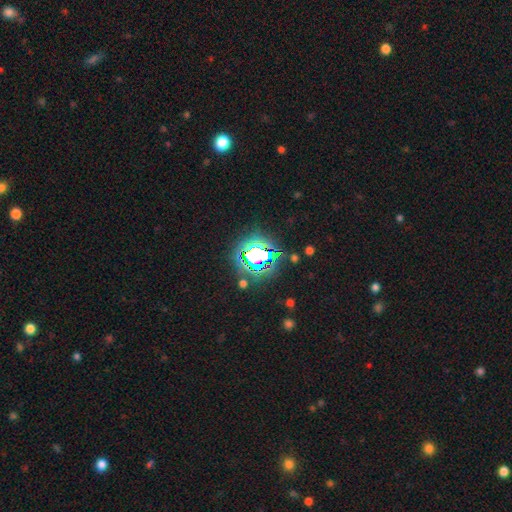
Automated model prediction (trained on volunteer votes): smooth_or_featured: star or artifact (p=0.73) [alt: smooth p=0.16]